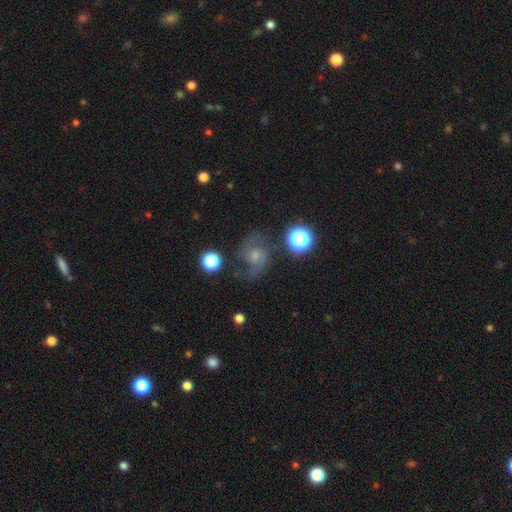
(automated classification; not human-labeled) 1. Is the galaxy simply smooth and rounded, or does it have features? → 67% featured or disk, 19% smooth, 15% star or artifact.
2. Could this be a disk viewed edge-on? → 98% no, 2% yes.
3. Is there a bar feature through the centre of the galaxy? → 62% no, 32% weak, 5% strong.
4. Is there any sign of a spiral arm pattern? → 93% yes, 7% no.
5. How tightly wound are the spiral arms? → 49% medium, 38% loose, 13% tight.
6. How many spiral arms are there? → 85% 2, 6% can't tell, 5% 1, 2% 3, 1% 4, 1% more than 4.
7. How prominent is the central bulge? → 50% small, 33% moderate, 10% none, 5% large, 2% dominant.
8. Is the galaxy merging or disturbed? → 62% none, 20% minor disturbance, 15% major disturbance, 4% merger.